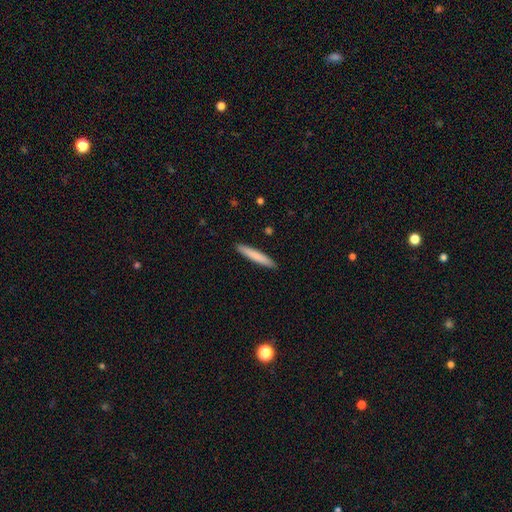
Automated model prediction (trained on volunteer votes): Q: Smooth or featured?
A: smooth (78%); runner-up: featured or disk (17%)
Q: How rounded?
A: cigar-shaped (94%); runner-up: in between (5%)
Q: Merging?
A: none (92%); runner-up: minor disturbance (6%)